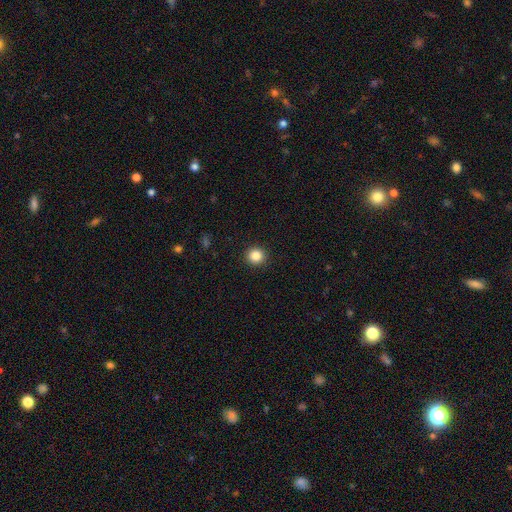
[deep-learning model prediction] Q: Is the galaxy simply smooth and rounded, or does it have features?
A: smooth — 85%.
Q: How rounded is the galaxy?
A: round — 94%.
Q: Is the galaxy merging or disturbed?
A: none — 93%.